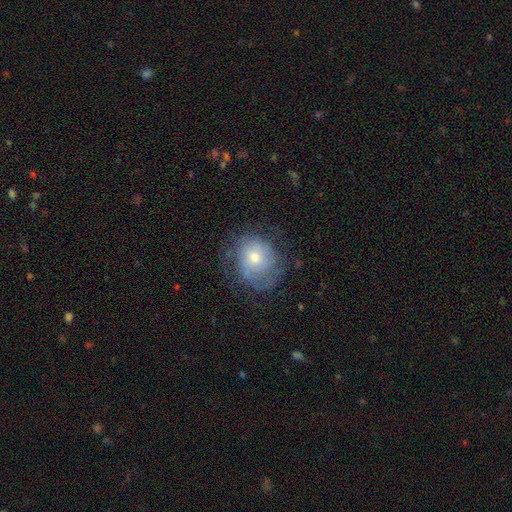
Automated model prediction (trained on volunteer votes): Morphology: type=featured or disk (54%); edge-on=no (97%); bar=no (81%); spiral arms=yes (78%); bulge=moderate (53%); merging=none (64%).